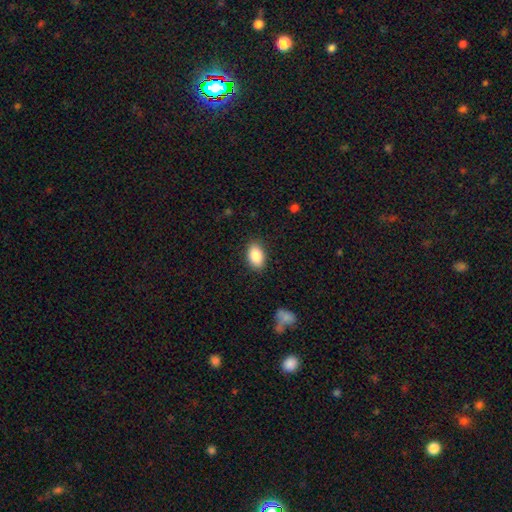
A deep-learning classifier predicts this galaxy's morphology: Smooth or featured? Predicted: smooth (p=0.87). How rounded? Predicted: in between (p=0.90). Merging? Predicted: none (p=0.87).